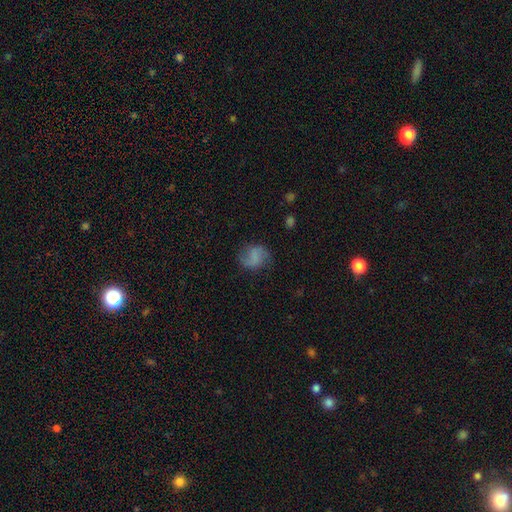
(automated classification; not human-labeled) A smooth galaxy with no disk features (47%). Merging: none (73%).